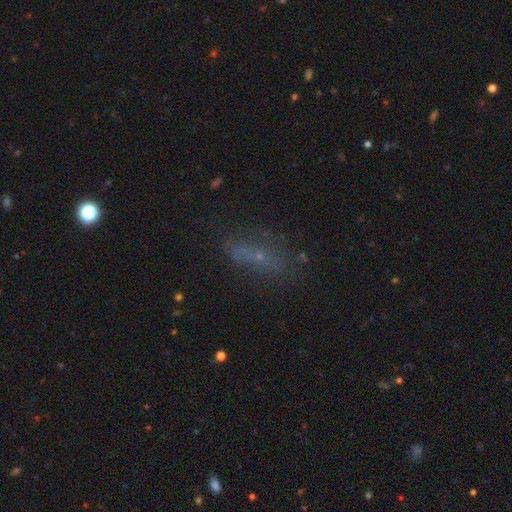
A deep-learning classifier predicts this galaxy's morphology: This appears to be a smooth galaxy with no disk features (43%). Merging: none (62%).